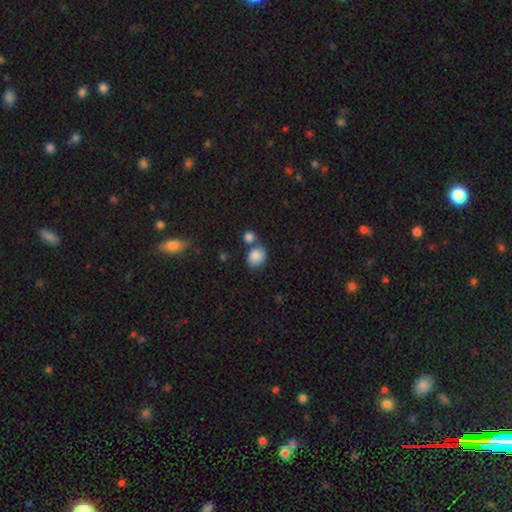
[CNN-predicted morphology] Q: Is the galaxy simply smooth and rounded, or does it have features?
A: smooth — 86%.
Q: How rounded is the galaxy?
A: round — 53%.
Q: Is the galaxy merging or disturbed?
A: none — 51%.